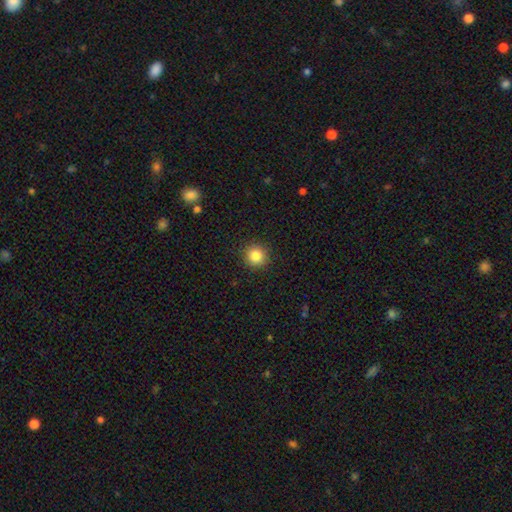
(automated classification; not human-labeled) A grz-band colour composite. It shows a smooth galaxy with no disk features (84%) that is round (93%). Merging: none (91%).